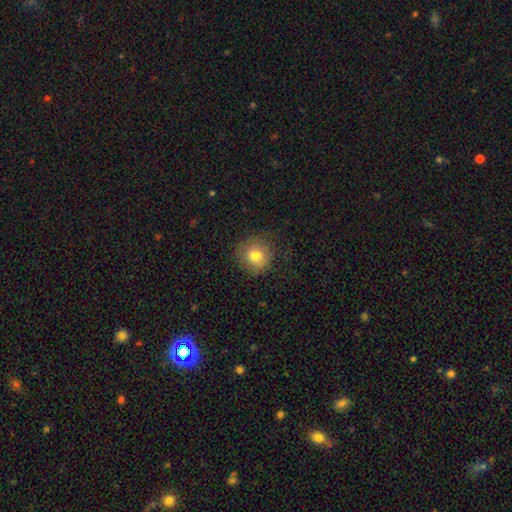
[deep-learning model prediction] Q: Smooth or featured?
A: smooth (78%); runner-up: featured or disk (11%)
Q: How rounded?
A: round (89%); runner-up: in between (10%)
Q: Merging?
A: none (82%); runner-up: minor disturbance (12%)